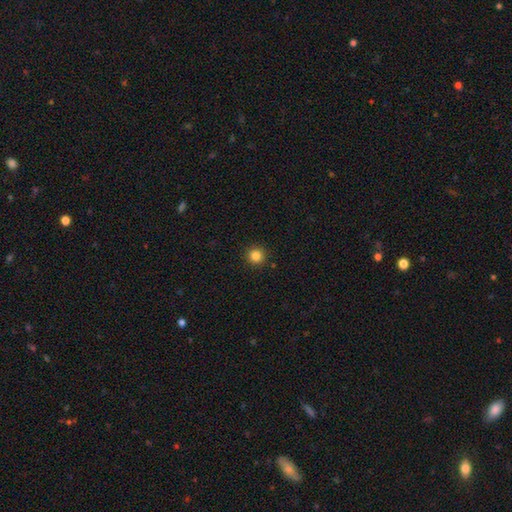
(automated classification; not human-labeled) A smooth galaxy with no disk features (83%) that is round (95%).

Vote fractions:
- Smooth or featured? smooth: 83% / star or artifact: 12% / featured or disk: 4%
- How rounded? round: 95% / in between: 4% / cigar-shaped: 1%
- Merging? none: 92% / minor disturbance: 5% / major disturbance: 2% / merger: 1%